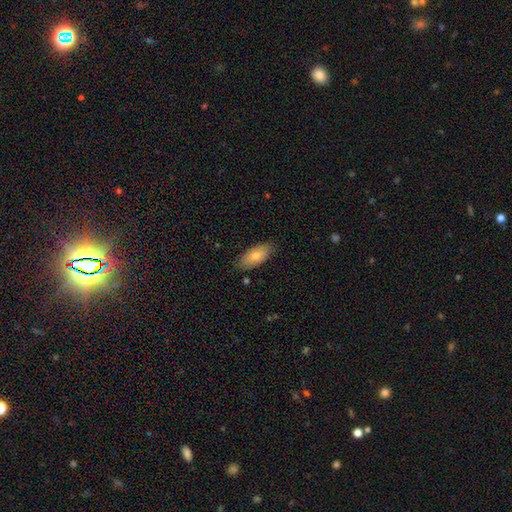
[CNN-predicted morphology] The model was most divided on "smooth or featured": smooth: 77%, featured or disk: 17%, star or artifact: 6%. More confident: how rounded — in between (89%); merging — none (82%).